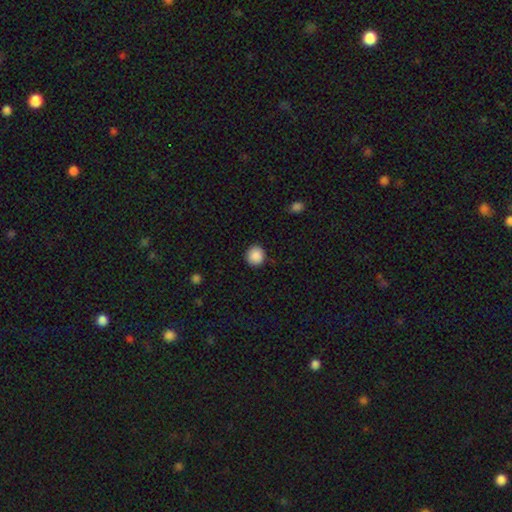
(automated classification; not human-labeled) smooth_or_featured: smooth (p=0.89) [alt: star or artifact p=0.09]
how_rounded: round (p=0.92) [alt: in between p=0.07]
merging: none (p=0.90) [alt: minor disturbance p=0.07]